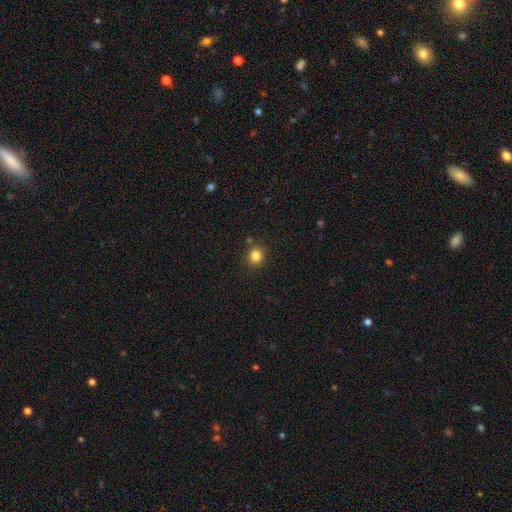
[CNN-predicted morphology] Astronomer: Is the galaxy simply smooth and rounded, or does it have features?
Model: smooth — 84%.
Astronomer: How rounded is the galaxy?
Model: round — 86%.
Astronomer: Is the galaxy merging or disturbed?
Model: none — 85%.